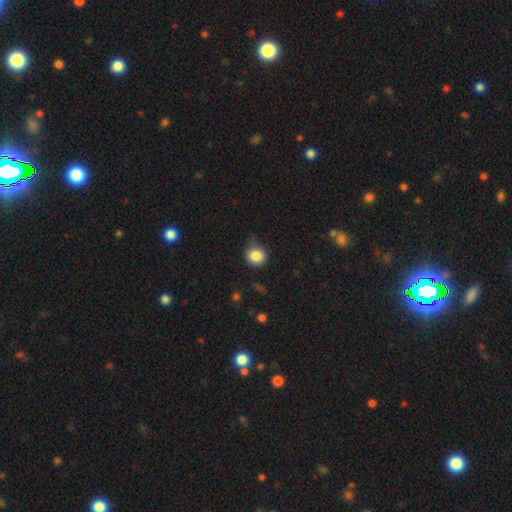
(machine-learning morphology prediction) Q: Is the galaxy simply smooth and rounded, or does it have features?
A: smooth — 85%.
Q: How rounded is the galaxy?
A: round — 89%.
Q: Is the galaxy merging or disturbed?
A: none — 68%.